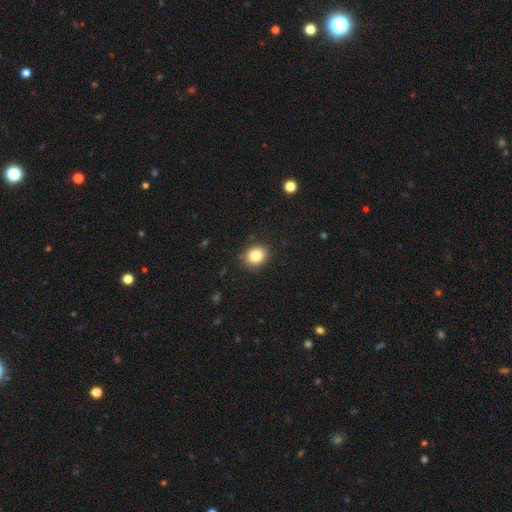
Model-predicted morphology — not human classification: Smooth or featured? Predicted: smooth (p=0.84). How rounded? Predicted: round (p=0.66). Merging? Predicted: none (p=0.89).